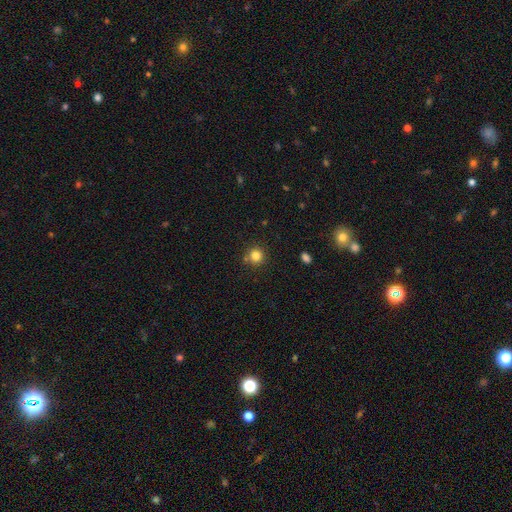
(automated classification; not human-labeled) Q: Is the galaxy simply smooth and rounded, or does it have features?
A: smooth — 81%.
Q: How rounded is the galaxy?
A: round — 93%.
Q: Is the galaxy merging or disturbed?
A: none — 82%.